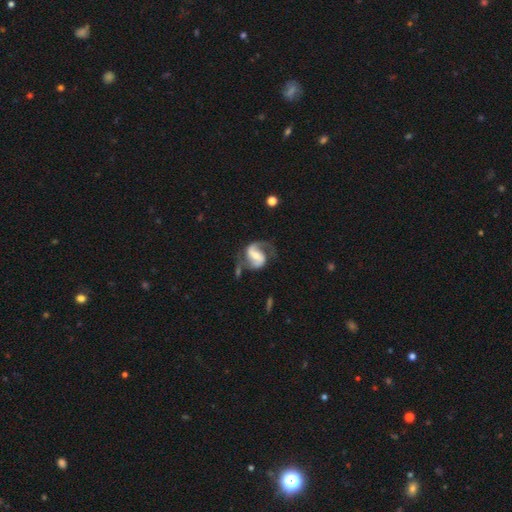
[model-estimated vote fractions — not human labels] smooth-or-featured: featured or disk: 86% | smooth: 9% | star or artifact: 5%
  disk-edge-on: no: 98% | yes: 2%
    bar: weak: 41% | strong: 36% | no: 23%
    has-spiral-arms: yes: 95% | no: 5%
      spiral-winding: medium: 52% | loose: 31% | tight: 17%
      spiral-arm-count: 2: 88% | 1: 6% | can't tell: 3% | 3: 1% | 4: 1% | more than 4: 1%
    bulge-size: moderate: 47% | small: 38% | large: 8% | none: 5% | dominant: 2%
  merging: none: 61% | minor disturbance: 19% | major disturbance: 15% | merger: 5%